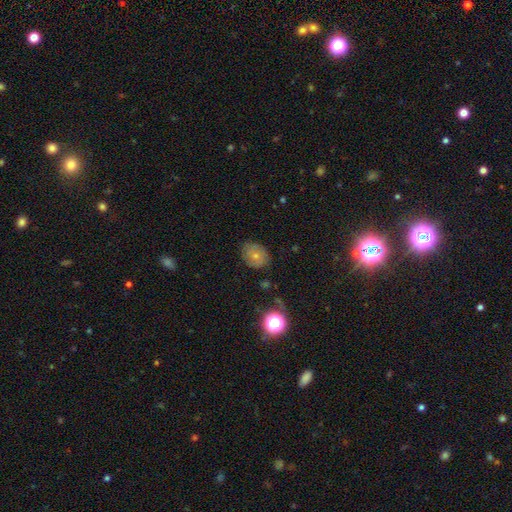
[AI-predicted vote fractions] smooth_or_featured: smooth (p=0.68) [alt: featured or disk p=0.20]
how_rounded: in between (p=0.52) [alt: round p=0.47]
merging: none (p=0.73) [alt: minor disturbance p=0.20]